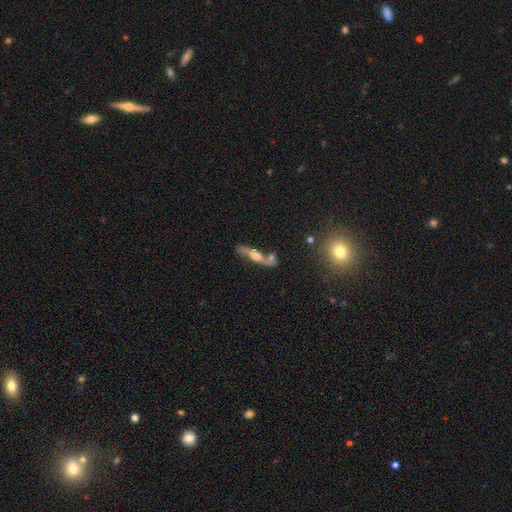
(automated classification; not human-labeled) Overall: featured or disk (61%; smooth 31%). Edge-on disk: yes (63%; no 37%). Merging: none (51%; merger 26%).